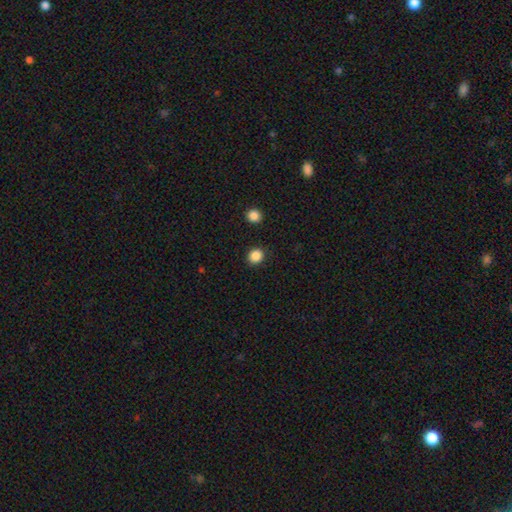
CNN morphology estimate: Smooth or featured? Predicted: smooth (p=0.86). How rounded? Predicted: round (p=0.82). Merging? Predicted: none (p=0.90).